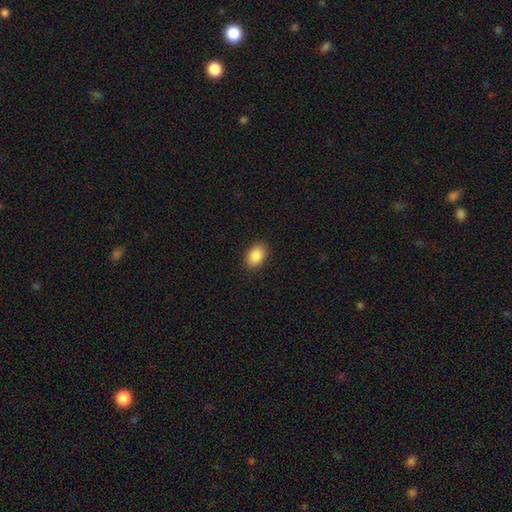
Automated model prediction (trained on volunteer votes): Smooth or featured? smooth (87%)
How rounded? in between (81%)
Merging? none (89%)